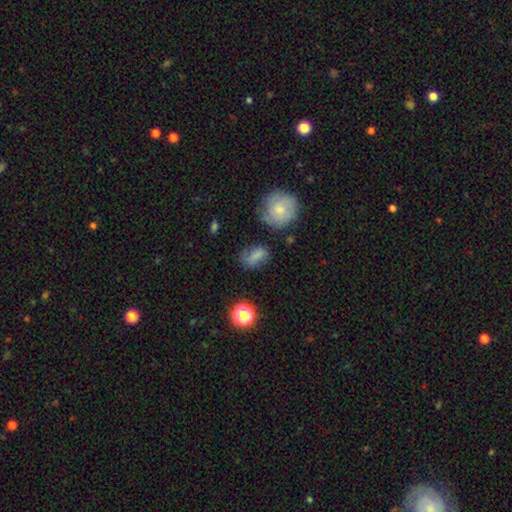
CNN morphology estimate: This appears to be a smooth galaxy with no disk features (69%) that is in between round and cigar-shaped (75%). Merging: none (58%).